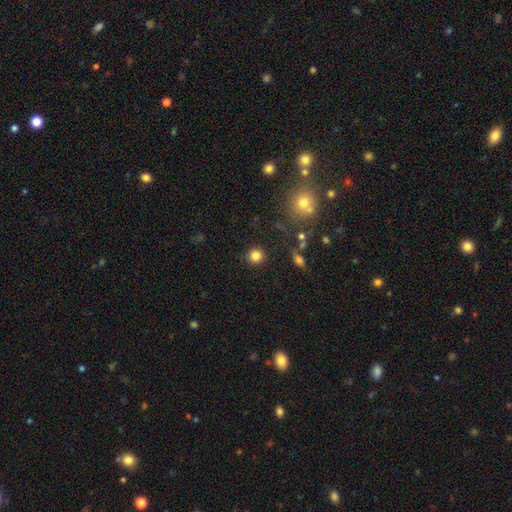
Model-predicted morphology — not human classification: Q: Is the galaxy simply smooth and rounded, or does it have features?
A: smooth — 83%.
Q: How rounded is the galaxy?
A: round — 92%.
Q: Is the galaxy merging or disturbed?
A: none — 88%.